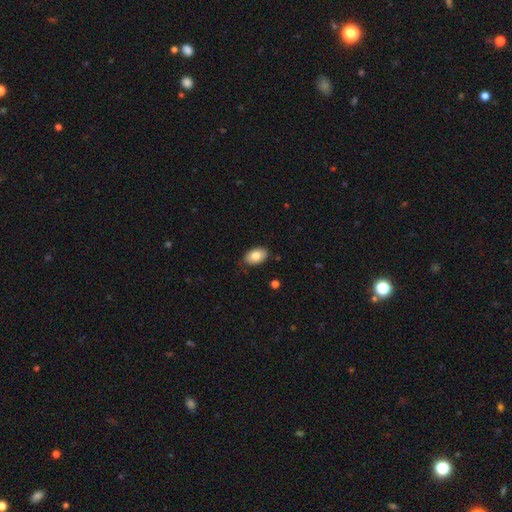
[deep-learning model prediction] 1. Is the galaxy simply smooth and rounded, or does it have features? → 82% smooth, 11% featured or disk, 7% star or artifact.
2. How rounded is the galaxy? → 92% in between, 7% round, 1% cigar-shaped.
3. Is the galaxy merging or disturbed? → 85% none, 12% minor disturbance, 2% major disturbance, 1% merger.